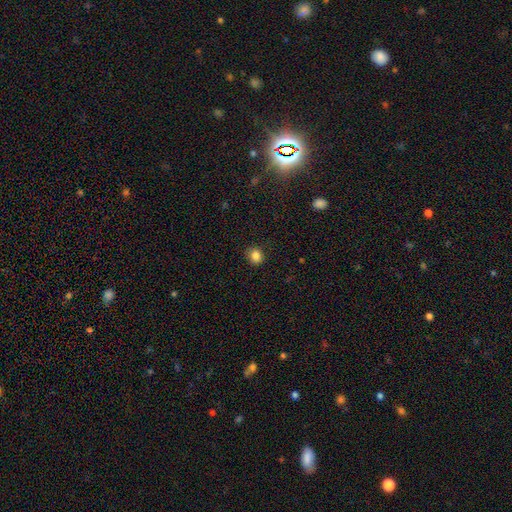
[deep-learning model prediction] A smooth galaxy with no disk features (85%) that is round (73%). Merging: none (87%).